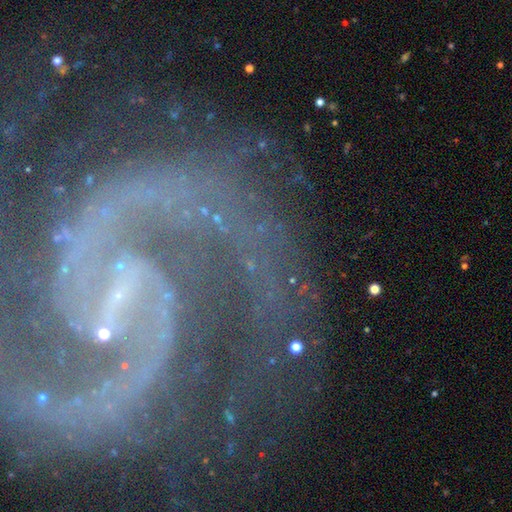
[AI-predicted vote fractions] smooth_or_featured: featured or disk (p=0.84) [alt: star or artifact p=0.10]
disk_edge_on: no (p=0.98) [alt: yes p=0.02]
bar: strong (p=0.47) [alt: weak p=0.34]
has_spiral_arms: yes (p=0.95) [alt: no p=0.05]
spiral_winding: medium (p=0.44) [alt: tight p=0.29]
spiral_arm_count: 2 (p=0.73) [alt: can't tell p=0.07]
bulge_size: small (p=0.71) [alt: none p=0.13]
merging: none (p=0.57) [alt: major disturbance p=0.22]